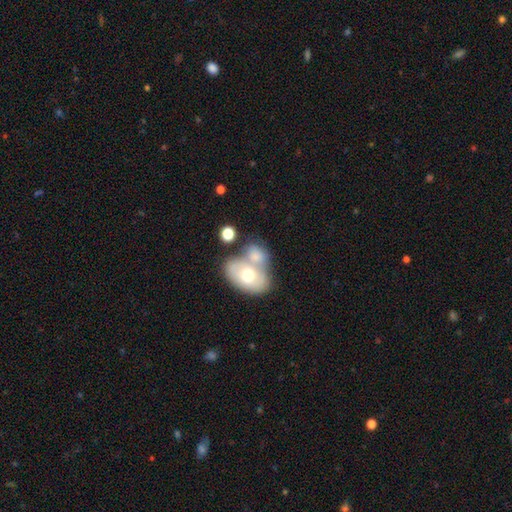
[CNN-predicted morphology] A smooth galaxy with no disk features (65%) that is in between round and cigar-shaped (70%).

Vote fractions:
- Smooth or featured? smooth: 65% / featured or disk: 26% / star or artifact: 9%
- How rounded? in between: 70% / round: 28% / cigar-shaped: 2%
- Merging? merger: 52% / none: 29% / minor disturbance: 12% / major disturbance: 7%